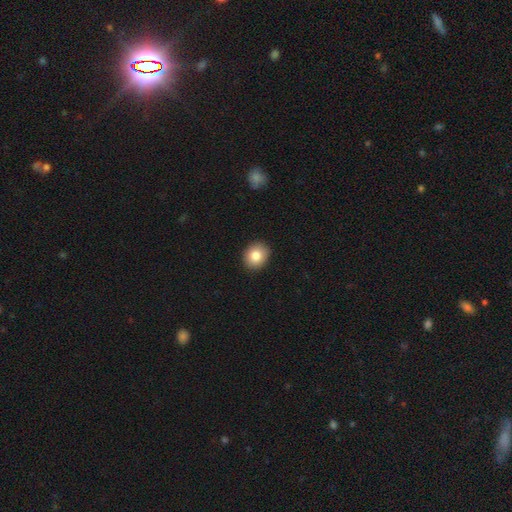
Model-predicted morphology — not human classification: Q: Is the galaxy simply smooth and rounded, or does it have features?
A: smooth — 83%.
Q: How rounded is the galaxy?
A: round — 69%.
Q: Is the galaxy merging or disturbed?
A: none — 91%.